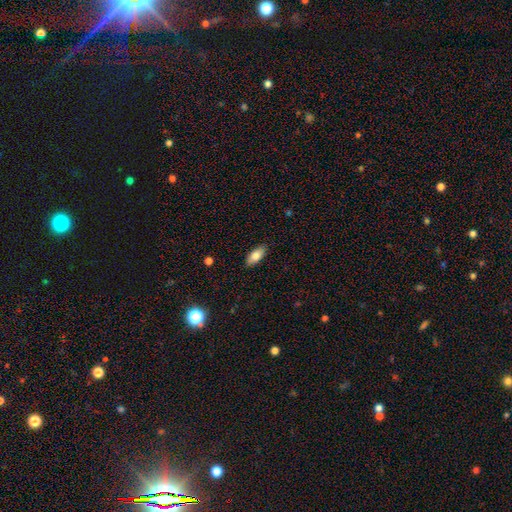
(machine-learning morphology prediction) A smooth galaxy with no disk features (80%) that is in between round and cigar-shaped (85%). Merging: none (87%).